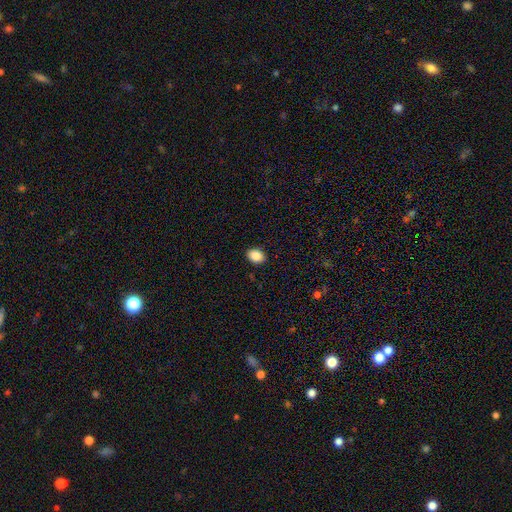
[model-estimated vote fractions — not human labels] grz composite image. It shows a smooth galaxy with no disk features (88%) that is in between round and cigar-shaped (72%). Merging: none (90%).